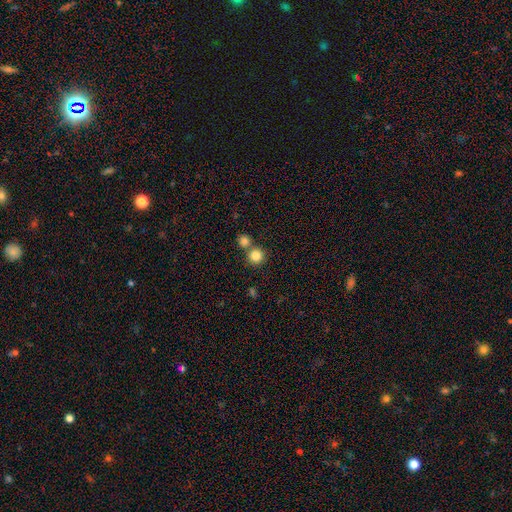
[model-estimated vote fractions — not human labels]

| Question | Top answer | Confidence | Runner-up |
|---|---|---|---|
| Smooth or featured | smooth | 84% | star or artifact (11%) |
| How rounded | round | 94% | in between (5%) |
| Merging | none | 66% | merger (26%) |